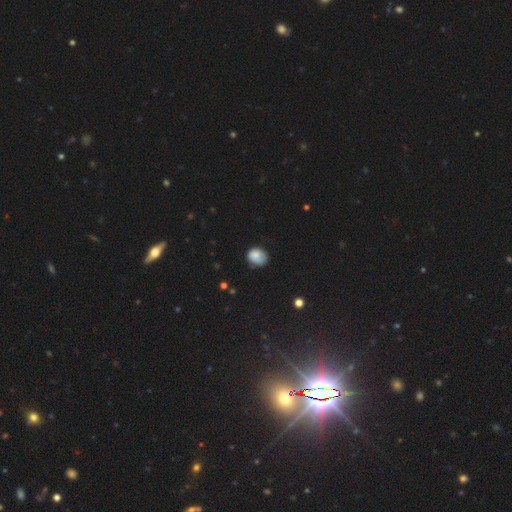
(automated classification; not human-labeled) Smooth or featured? Predicted: smooth (p=0.80). How rounded? Predicted: round (p=0.51). Merging? Predicted: none (p=0.58).